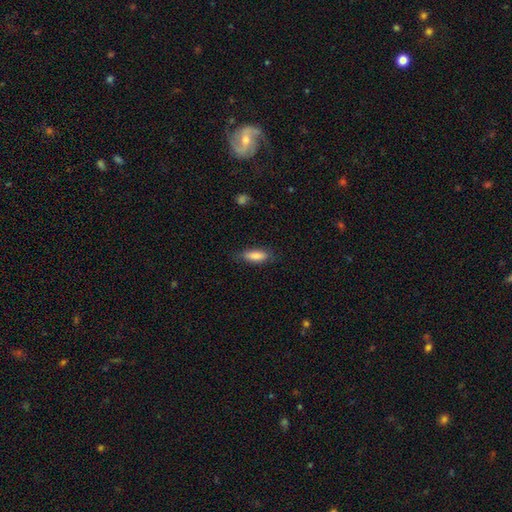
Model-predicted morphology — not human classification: type=smooth (82%); roundness=in between (62%); merging=none (77%).